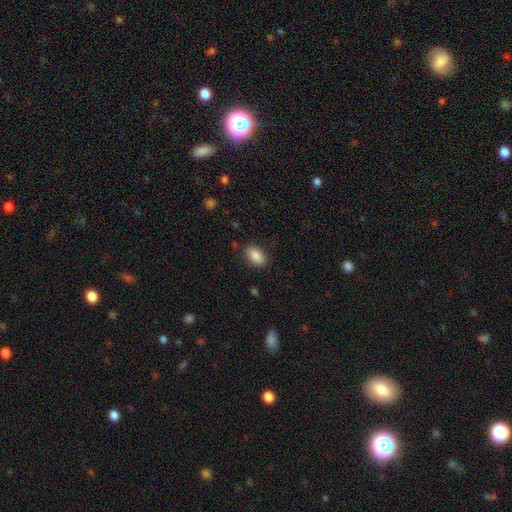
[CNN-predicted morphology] Smooth or featured?
  - smooth: 88% *
  - star or artifact: 7%
  - featured or disk: 5%
How rounded?
  - in between: 92% *
  - round: 6%
  - cigar-shaped: 2%
Merging?
  - none: 85% *
  - minor disturbance: 10%
  - major disturbance: 3%
  - merger: 1%